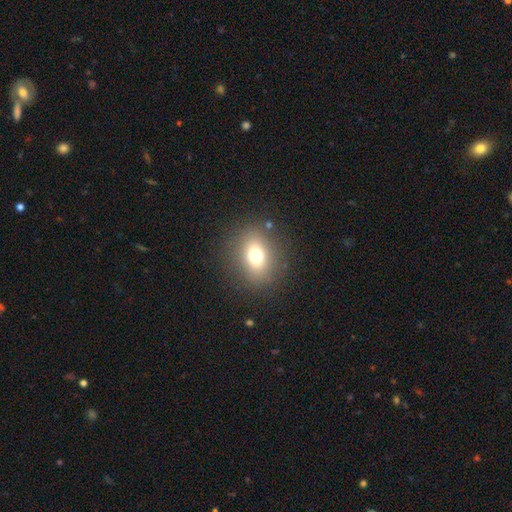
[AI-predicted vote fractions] smooth 72%, featured or disk 14%, star or artifact 14%. Down the decision tree: how rounded — round (51%); merging — none (85%).